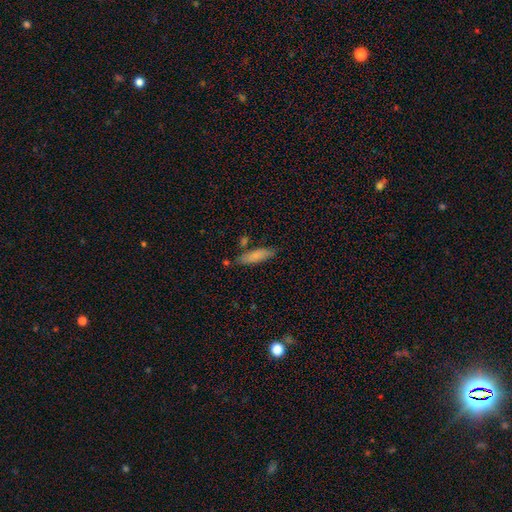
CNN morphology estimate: The model was most divided on "how rounded": cigar-shaped: 62%, in between: 36%, round: 2%. More confident: smooth or featured — smooth (79%); merging — none (75%).